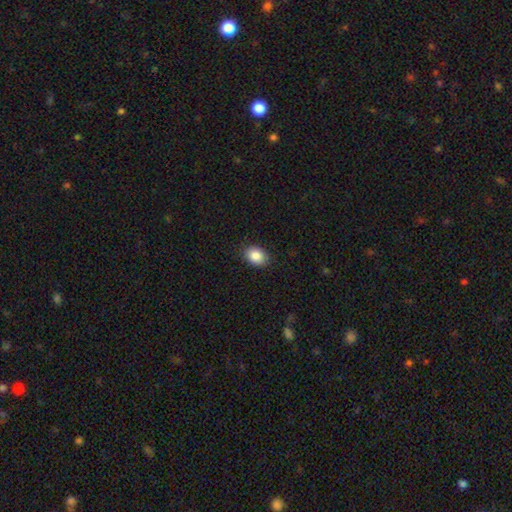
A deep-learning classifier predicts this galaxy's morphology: Smooth or featured?
  - smooth: 87% *
  - star or artifact: 8%
  - featured or disk: 5%
How rounded?
  - in between: 69% *
  - round: 30%
  - cigar-shaped: 1%
Merging?
  - none: 88% *
  - minor disturbance: 9%
  - major disturbance: 2%
  - merger: 1%